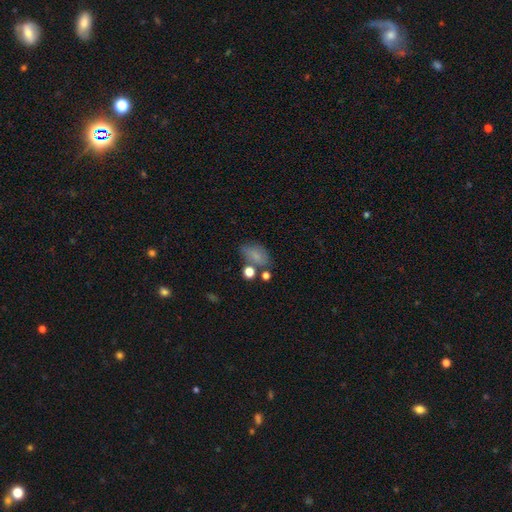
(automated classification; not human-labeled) smooth_or_featured: smooth (p=0.76) [alt: star or artifact p=0.12]
how_rounded: in between (p=0.84) [alt: round p=0.14]
merging: none (p=0.54) [alt: minor disturbance p=0.21]